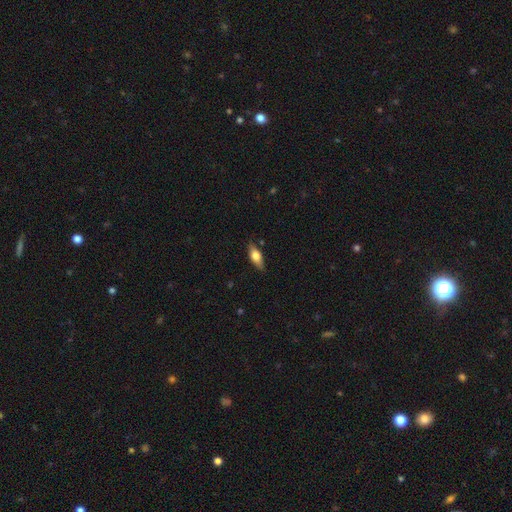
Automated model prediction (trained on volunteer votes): Q: Smooth or featured?
A: smooth (59%); runner-up: featured or disk (35%)
Q: How rounded?
A: in between (69%); runner-up: cigar-shaped (27%)
Q: Merging?
A: none (84%); runner-up: minor disturbance (13%)